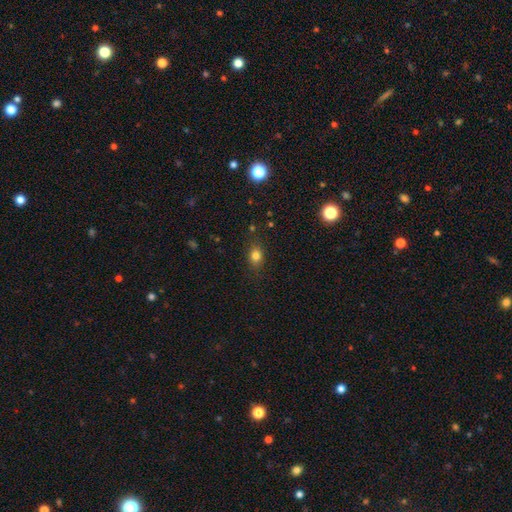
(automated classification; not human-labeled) smooth 80%, star or artifact 13%, featured or disk 7%. Down the decision tree: how rounded — in between (62%); merging — none (82%).